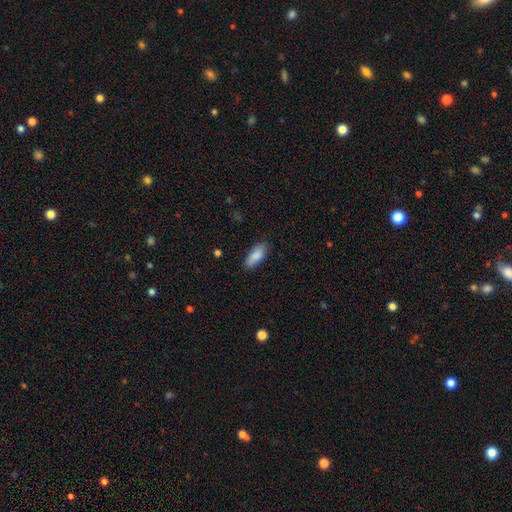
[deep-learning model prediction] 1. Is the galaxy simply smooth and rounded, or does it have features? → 86% smooth, 7% featured or disk, 6% star or artifact.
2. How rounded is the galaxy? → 81% in between, 18% cigar-shaped, 2% round.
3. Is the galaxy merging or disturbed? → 82% none, 14% minor disturbance, 3% major disturbance, 1% merger.